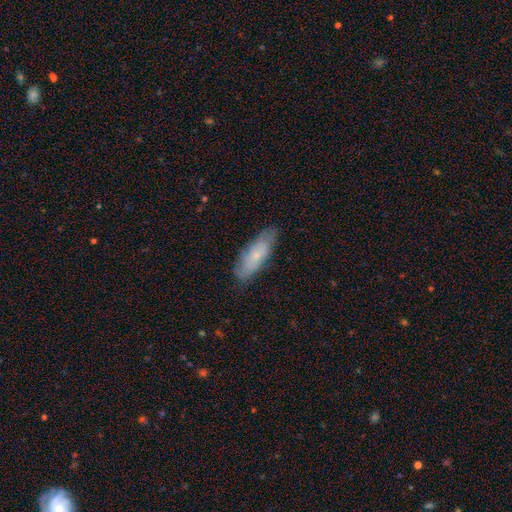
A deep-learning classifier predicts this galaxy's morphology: smooth 57%, featured or disk 37%, star or artifact 7%. Down the decision tree: how rounded — in between (62%); merging — none (76%).